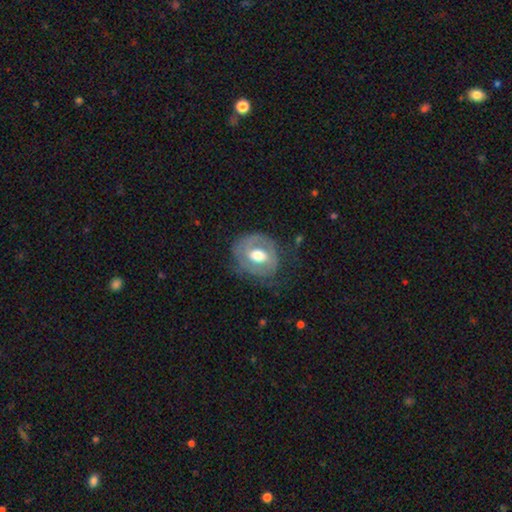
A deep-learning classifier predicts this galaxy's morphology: Smooth or featured? Predicted: featured or disk (p=0.66). Edge-on disk? Predicted: no (p=0.95). Bar? Predicted: no (p=0.40, tied with weak). Spiral arms? Predicted: yes (p=0.56). Bulge size? Predicted: moderate (p=0.69). Merging? Predicted: none (p=0.64).